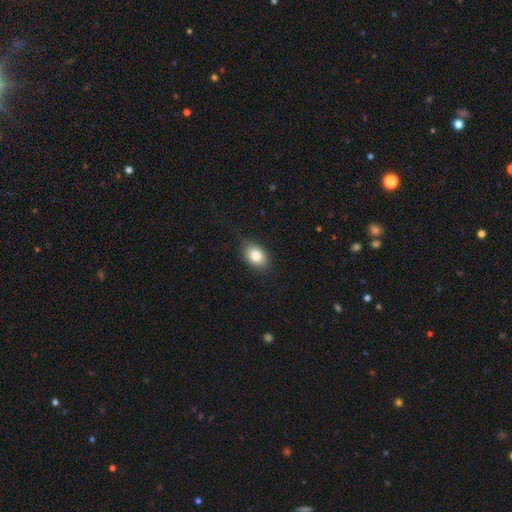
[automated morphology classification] smooth-or-featured: smooth: 83% | featured or disk: 9% | star or artifact: 8%
  how-rounded: in between: 80% | round: 19% | cigar-shaped: 1%
  merging: none: 81% | minor disturbance: 15% | major disturbance: 3% | merger: 1%